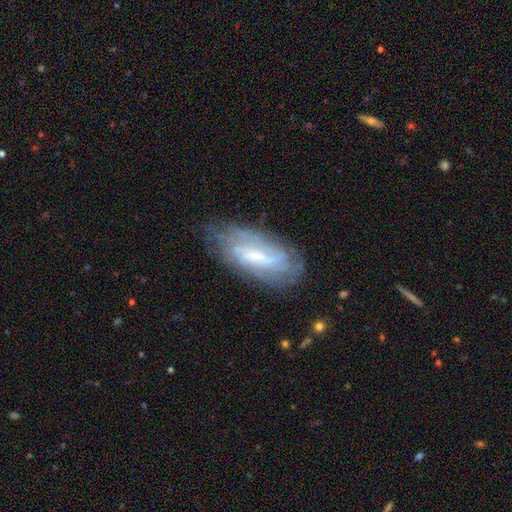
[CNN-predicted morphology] Q: Smooth or featured?
A: featured or disk (68%); runner-up: smooth (24%)
Q: Edge-on disk?
A: no (88%); runner-up: yes (12%)
Q: Bar?
A: weak (47%); runner-up: strong (27%)
Q: Spiral arms?
A: yes (78%); runner-up: no (22%)
Q: Bulge size?
A: small (45%); runner-up: moderate (34%)
Q: Merging?
A: none (68%); runner-up: minor disturbance (22%)